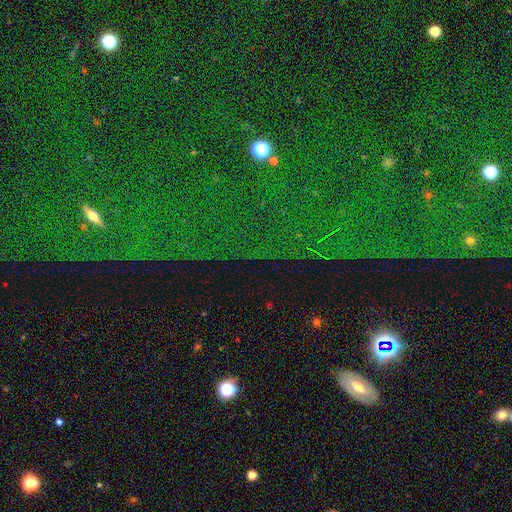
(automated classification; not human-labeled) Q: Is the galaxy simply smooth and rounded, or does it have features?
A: star or artifact — 81%.